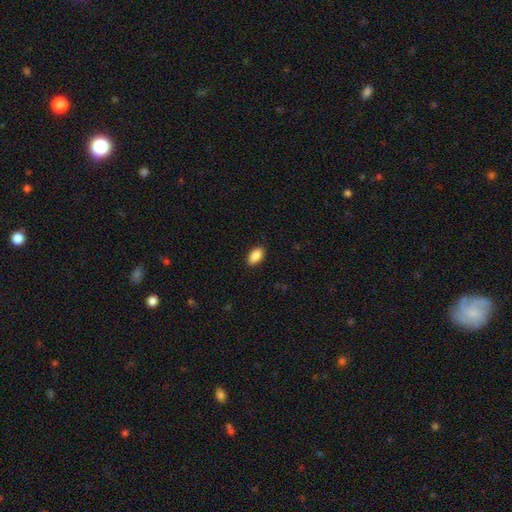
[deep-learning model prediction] This is clearly a smooth galaxy (89%). How rounded: clearly in between (92%). Merging: clearly none (89%).